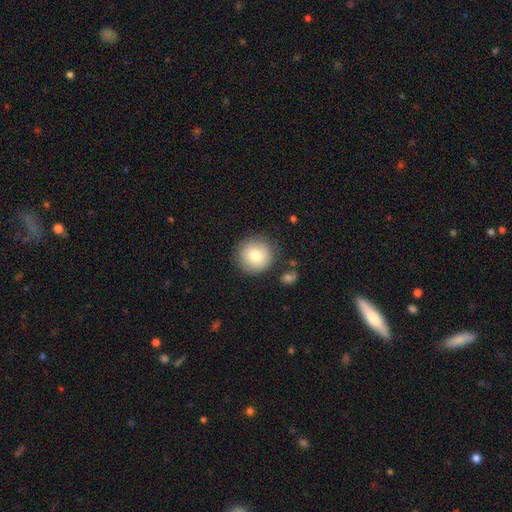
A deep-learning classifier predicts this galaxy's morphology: Overall: smooth (78%). How rounded: round (95%). Merging: none (85%).